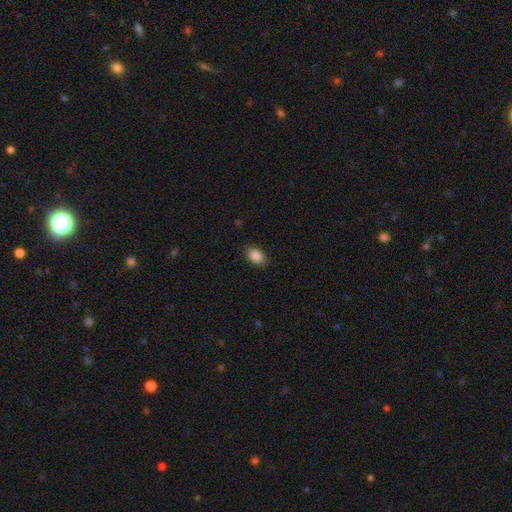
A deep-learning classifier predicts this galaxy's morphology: Smooth or featured?
  - smooth: 87% *
  - star or artifact: 8%
  - featured or disk: 5%
How rounded?
  - in between: 85% *
  - round: 14%
  - cigar-shaped: 1%
Merging?
  - none: 88% *
  - minor disturbance: 9%
  - major disturbance: 2%
  - merger: 1%